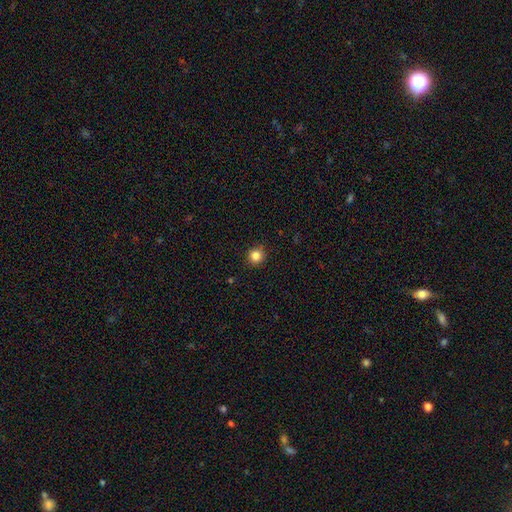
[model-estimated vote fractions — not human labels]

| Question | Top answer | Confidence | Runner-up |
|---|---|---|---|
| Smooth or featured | smooth | 84% | star or artifact (12%) |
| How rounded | round | 93% | in between (6%) |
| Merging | none | 90% | minor disturbance (7%) |